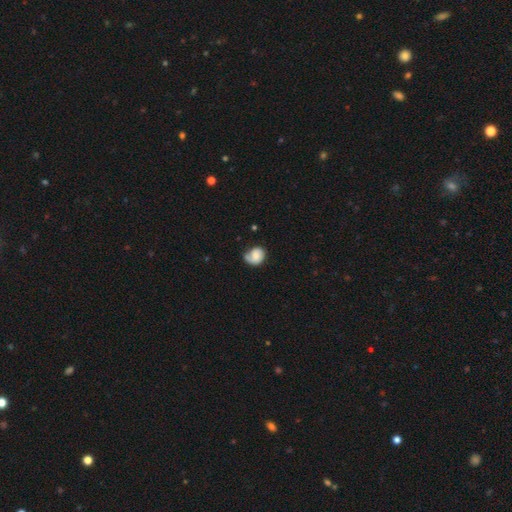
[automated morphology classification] Smooth or featured: smooth — 60% (featured or disk — 32%)
How rounded: round — 65% (in between — 34%)
Merging: none — 53% (minor disturbance — 31%)